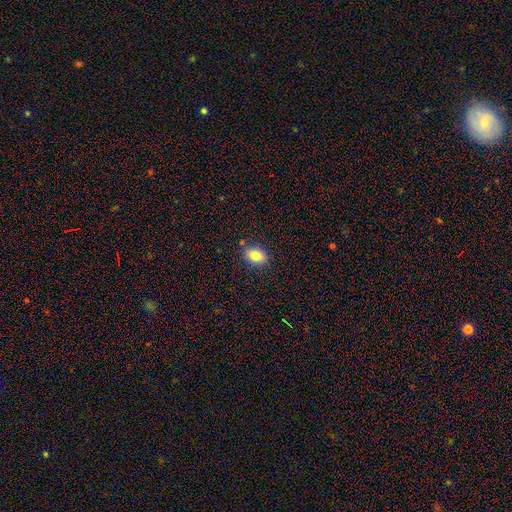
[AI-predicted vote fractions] smooth-or-featured: smooth: 81% | featured or disk: 9% | star or artifact: 9%
  how-rounded: in between: 75% | round: 23% | cigar-shaped: 1%
  merging: none: 85% | minor disturbance: 10% | merger: 2% | major disturbance: 2%